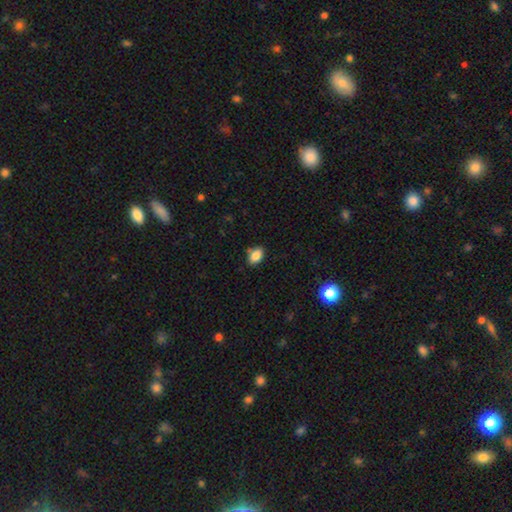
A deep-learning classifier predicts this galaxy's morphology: Smooth or featured?
  - smooth: 85% *
  - star or artifact: 9%
  - featured or disk: 6%
How rounded?
  - in between: 84% *
  - round: 14%
  - cigar-shaped: 1%
Merging?
  - none: 80% *
  - minor disturbance: 13%
  - merger: 5%
  - major disturbance: 2%